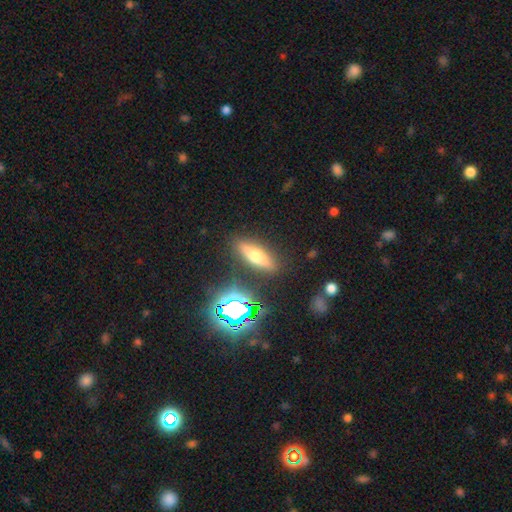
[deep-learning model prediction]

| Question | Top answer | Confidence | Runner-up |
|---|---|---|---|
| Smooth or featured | smooth | 46% | featured or disk (39%) |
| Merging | none | 86% | minor disturbance (9%) |